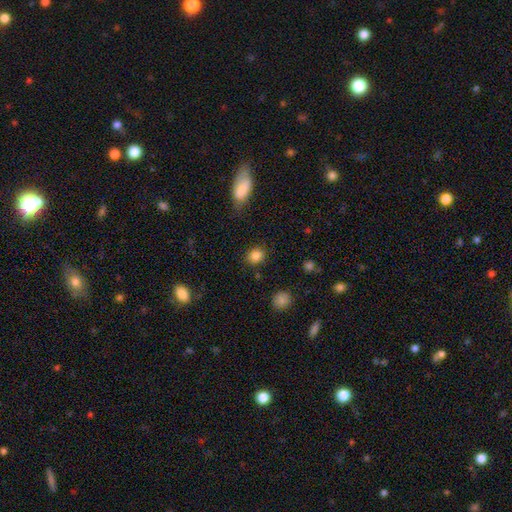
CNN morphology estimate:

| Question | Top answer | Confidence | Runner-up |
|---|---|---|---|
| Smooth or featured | smooth | 85% | star or artifact (10%) |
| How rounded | round | 69% | in between (29%) |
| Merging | none | 85% | minor disturbance (9%) |